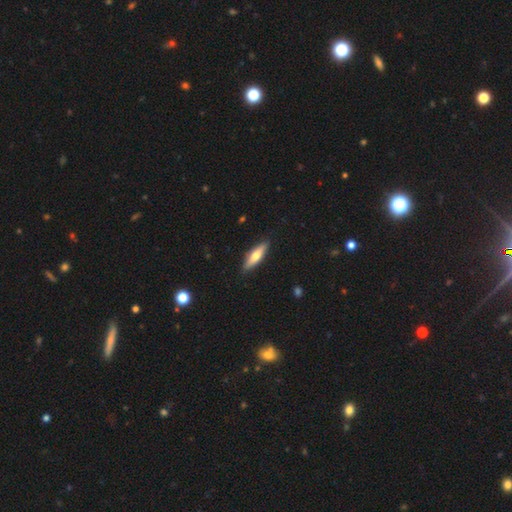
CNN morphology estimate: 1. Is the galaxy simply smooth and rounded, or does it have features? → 59% smooth, 36% featured or disk, 5% star or artifact.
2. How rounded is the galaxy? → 64% cigar-shaped, 35% in between, 2% round.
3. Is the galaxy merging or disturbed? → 88% none, 9% minor disturbance, 2% major disturbance, 1% merger.